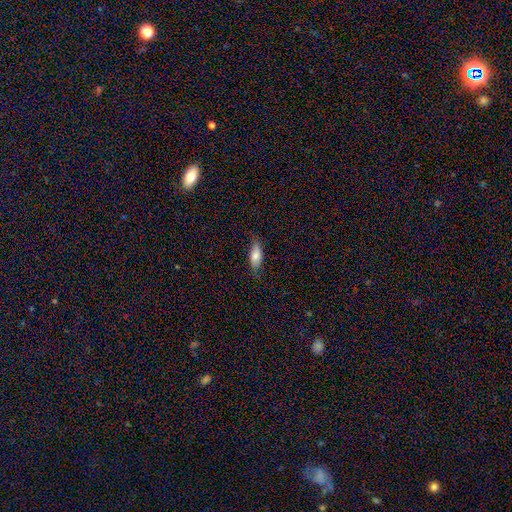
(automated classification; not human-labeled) The model was most divided on "how rounded": in between: 75%, cigar-shaped: 22%, round: 2%. More confident: smooth or featured — smooth (78%); merging — none (75%).